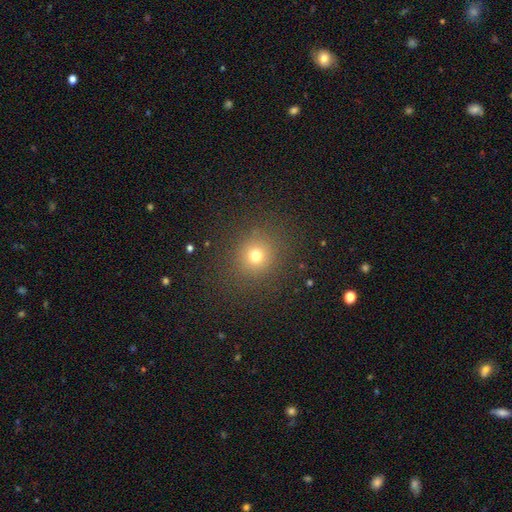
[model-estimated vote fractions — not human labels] This is likely a smooth galaxy (71%). How rounded: clearly round (88%). Merging: clearly none (87%).